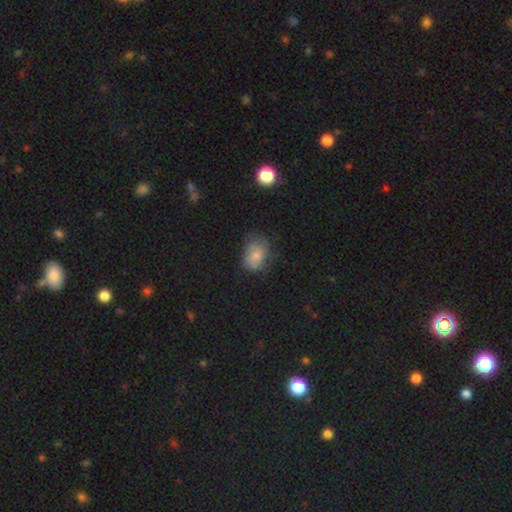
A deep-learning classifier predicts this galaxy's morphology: smooth_or_featured: smooth (p=0.68) [alt: featured or disk p=0.22]
how_rounded: in between (p=0.73) [alt: round p=0.26]
merging: none (p=0.51) [alt: minor disturbance p=0.31]